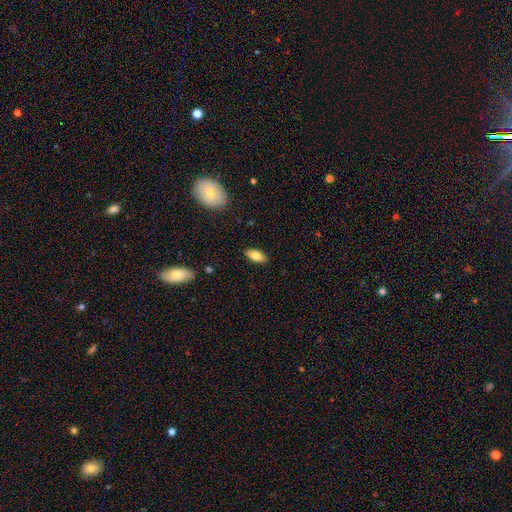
This appears to be a smooth galaxy with no disk features (74%) that is in between round and cigar-shaped (86%). Merging: none (78%).